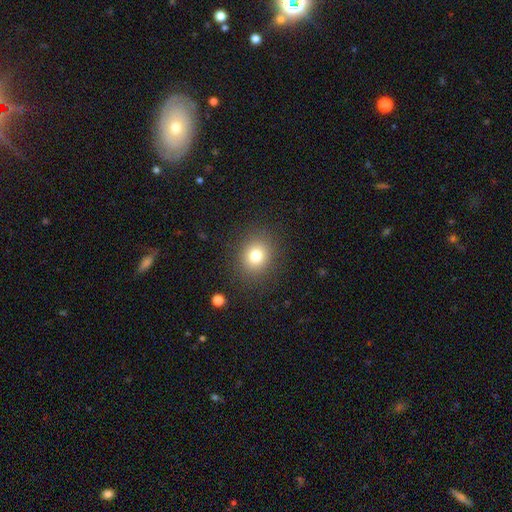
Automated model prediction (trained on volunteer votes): This is likely a smooth galaxy (78%). How rounded: likely round (71%). Merging: clearly none (87%).